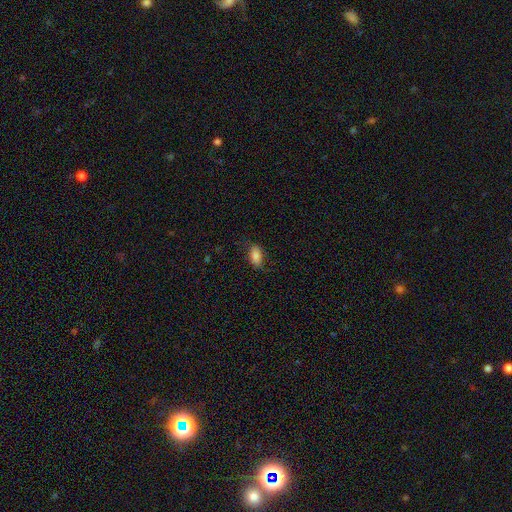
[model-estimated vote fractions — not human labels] This appears to be a smooth galaxy with no disk features (84%) that is in between round and cigar-shaped (91%). Merging: none (77%).